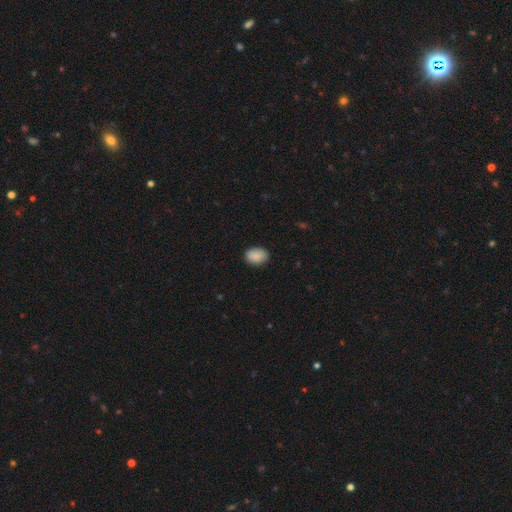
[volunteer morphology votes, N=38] This appears to be a smooth galaxy with no disk features (89%) that is in between round and cigar-shaped (82%). Merging: none (91%).